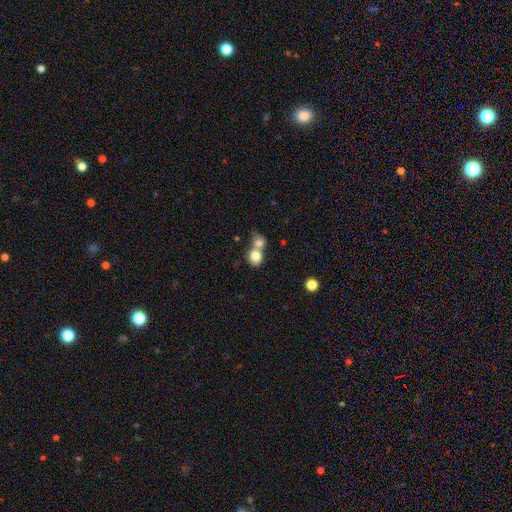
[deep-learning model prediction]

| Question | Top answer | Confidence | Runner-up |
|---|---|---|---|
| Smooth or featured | smooth | 78% | featured or disk (13%) |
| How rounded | round | 65% | in between (34%) |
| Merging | merger | 66% | none (24%) |